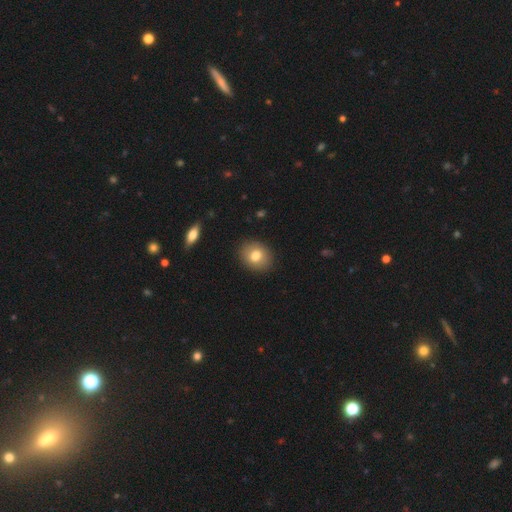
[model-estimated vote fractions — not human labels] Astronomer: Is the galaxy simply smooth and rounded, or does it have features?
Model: smooth — 78%.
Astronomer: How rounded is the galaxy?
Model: round — 57% (runner-up: in between, 42%).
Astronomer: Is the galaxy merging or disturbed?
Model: none — 89%.